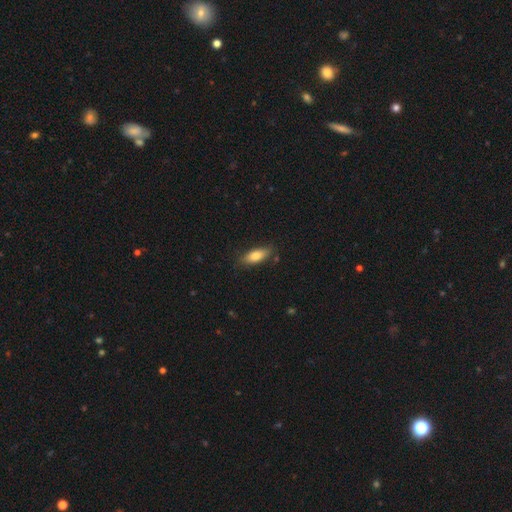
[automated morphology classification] Overall: smooth (78%). How rounded: in between (71%). Merging: none (79%).